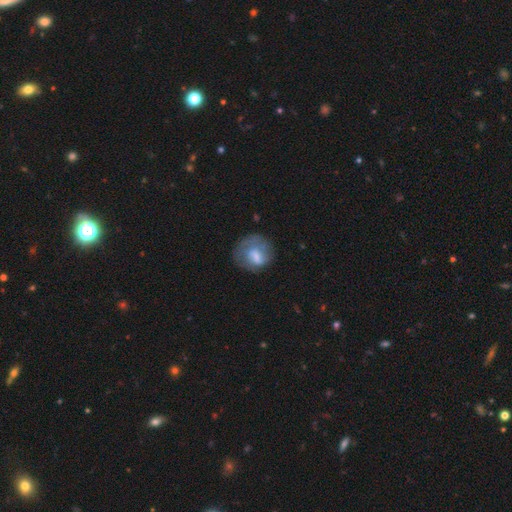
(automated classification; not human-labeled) The model was most divided on "smooth or featured": smooth: 54%, featured or disk: 38%, star or artifact: 8%. Remaining: how rounded — round (69%); merging — none (50%).